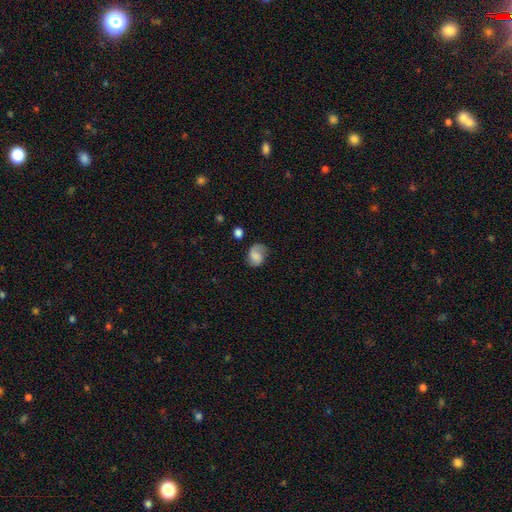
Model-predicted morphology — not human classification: A smooth galaxy with no disk features (59%) that is in between round and cigar-shaped (53%).

Vote fractions:
- Smooth or featured? smooth: 59% / featured or disk: 32% / star or artifact: 9%
- How rounded? in between: 53% / round: 46% / cigar-shaped: 1%
- Merging? none: 54% / minor disturbance: 28% / major disturbance: 15% / merger: 3%